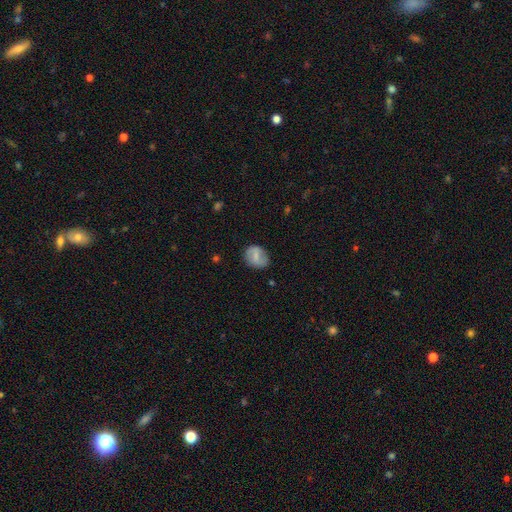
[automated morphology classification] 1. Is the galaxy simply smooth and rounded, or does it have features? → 55% smooth, 38% featured or disk, 8% star or artifact.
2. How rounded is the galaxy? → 50% in between, 48% round, 2% cigar-shaped.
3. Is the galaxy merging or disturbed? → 76% none, 18% minor disturbance, 5% major disturbance, 2% merger.